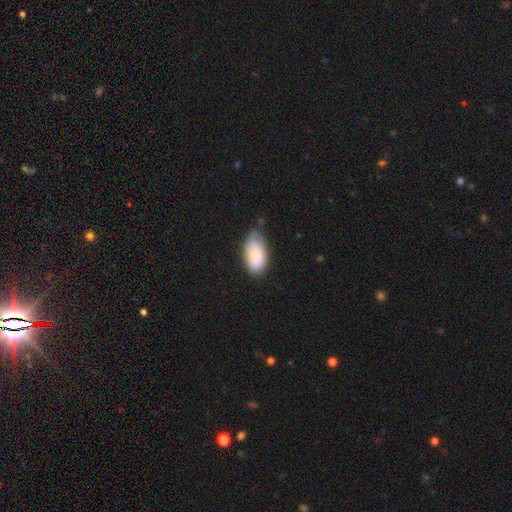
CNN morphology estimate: The model was most divided on "merging": none: 58%, minor disturbance: 32%, major disturbance: 7%, merger: 3%. More confident: how rounded — in between (94%); smooth or featured — smooth (72%).